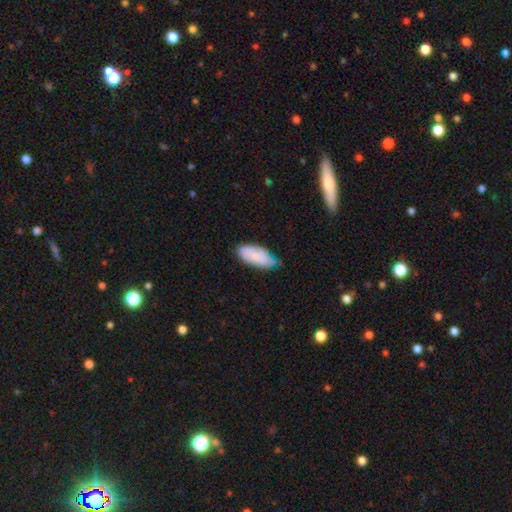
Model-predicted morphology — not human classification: This is likely a smooth galaxy (76%). How rounded: clearly in between (88%). Merging: possibly none (56%).